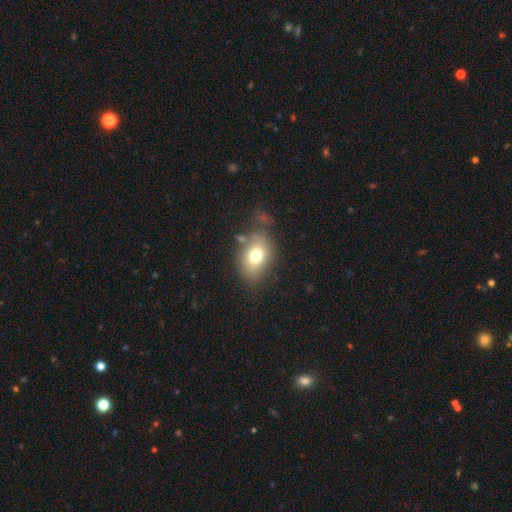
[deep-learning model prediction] smooth-or-featured: smooth: 74% | featured or disk: 16% | star or artifact: 10%
  how-rounded: in between: 73% | round: 26% | cigar-shaped: 1%
  merging: none: 66% | minor disturbance: 18% | major disturbance: 8% | merger: 7%